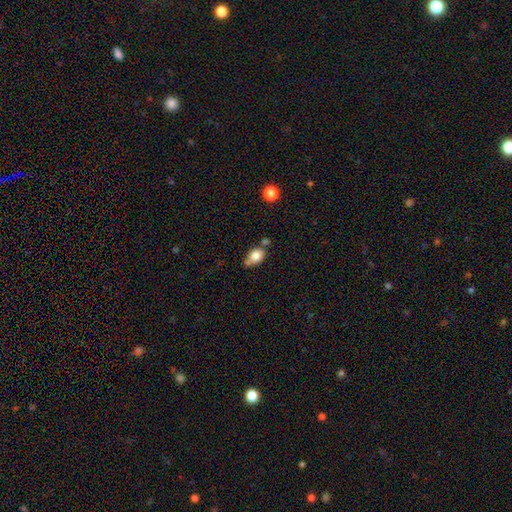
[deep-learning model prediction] Q: Smooth or featured?
A: smooth (81%); runner-up: featured or disk (11%)
Q: How rounded?
A: in between (71%); runner-up: round (28%)
Q: Merging?
A: none (48%); runner-up: minor disturbance (23%)